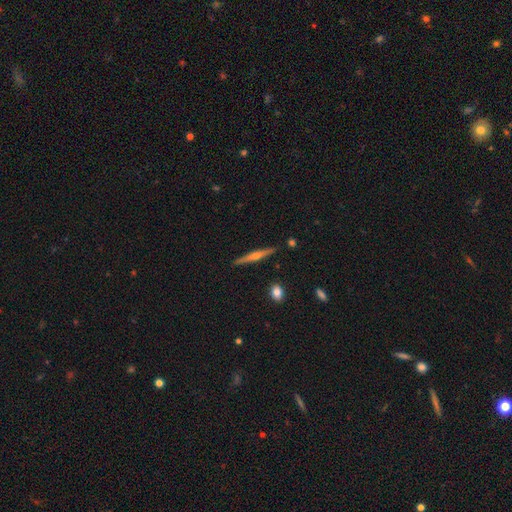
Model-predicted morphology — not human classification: Smooth or featured: featured or disk — 74% (smooth — 19%)
Edge-on disk: yes — 98% (no — 2%)
Edge-on bulge: rounded — 87% (none — 8%)
Merging: none — 90% (minor disturbance — 7%)